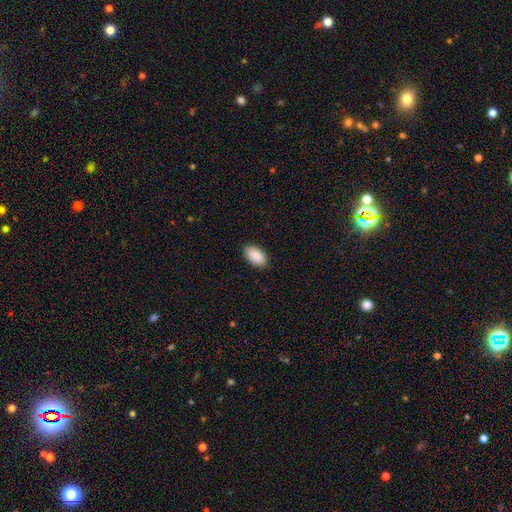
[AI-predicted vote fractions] Smooth or featured? Predicted: smooth (p=0.91). How rounded? Predicted: in between (p=0.95). Merging? Predicted: none (p=0.88).